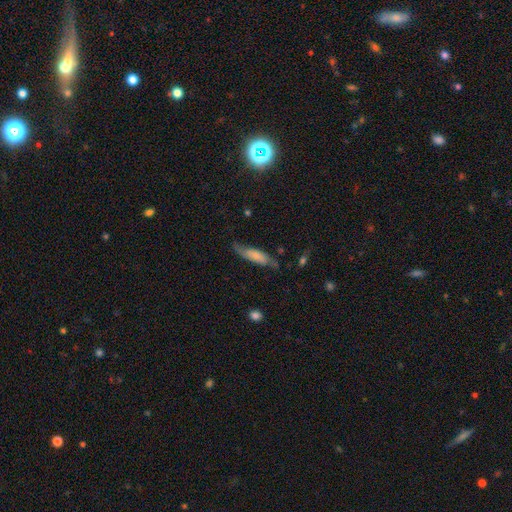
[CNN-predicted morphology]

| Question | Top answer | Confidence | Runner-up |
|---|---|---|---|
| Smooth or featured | smooth | 52% | featured or disk (41%) |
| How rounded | cigar-shaped | 57% | in between (41%) |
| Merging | none | 62% | minor disturbance (26%) |